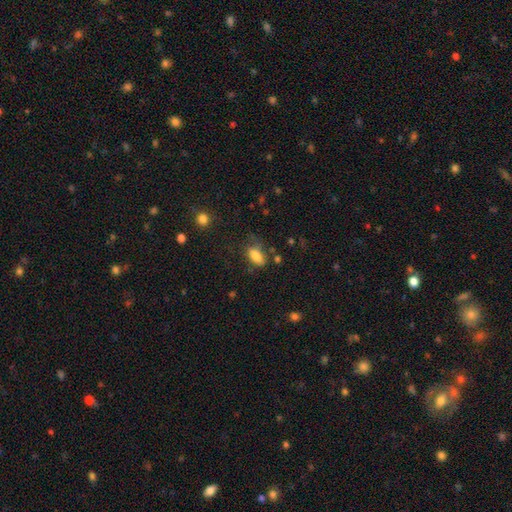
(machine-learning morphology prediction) type=smooth (82%); roundness=in between (88%); merging=none (58%).